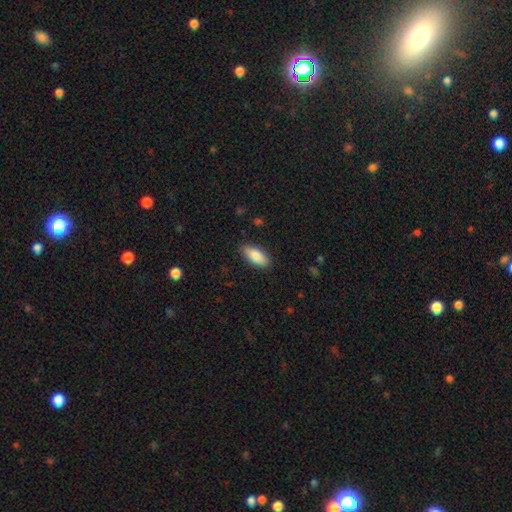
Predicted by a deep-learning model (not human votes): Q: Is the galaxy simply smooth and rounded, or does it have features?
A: smooth — 86%.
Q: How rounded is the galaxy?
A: in between — 82%.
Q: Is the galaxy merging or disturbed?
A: none — 86%.